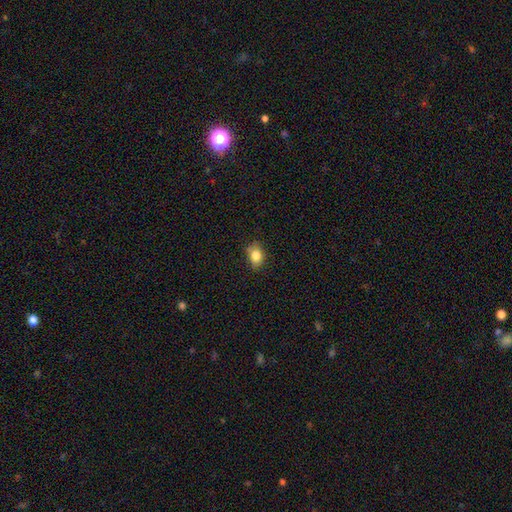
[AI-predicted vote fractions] smooth-or-featured: smooth: 83% | star or artifact: 10% | featured or disk: 7%
  how-rounded: in between: 68% | round: 30% | cigar-shaped: 1%
  merging: none: 73% | minor disturbance: 21% | major disturbance: 4% | merger: 2%